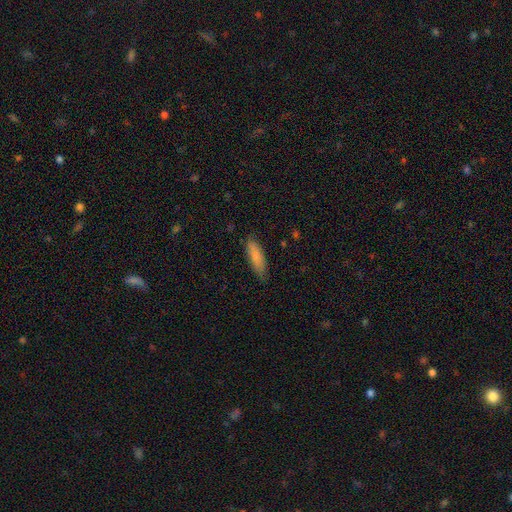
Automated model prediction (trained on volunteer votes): Morphology: type=smooth (84%); roundness=in between (52%); merging=none (78%).